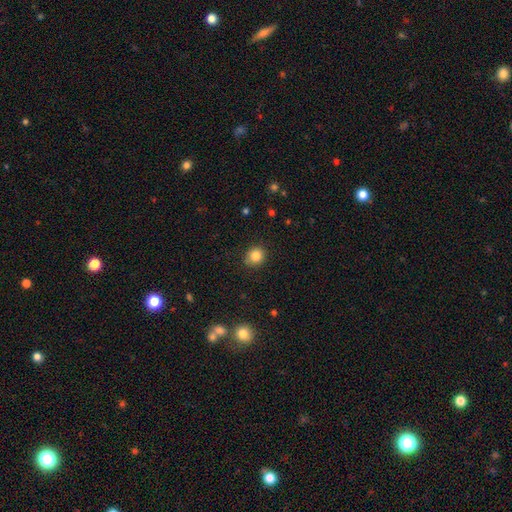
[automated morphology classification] The model was most divided on "how rounded": round: 82%, in between: 17%, cigar-shaped: 1%. More confident: merging — none (86%); smooth or featured — smooth (84%).